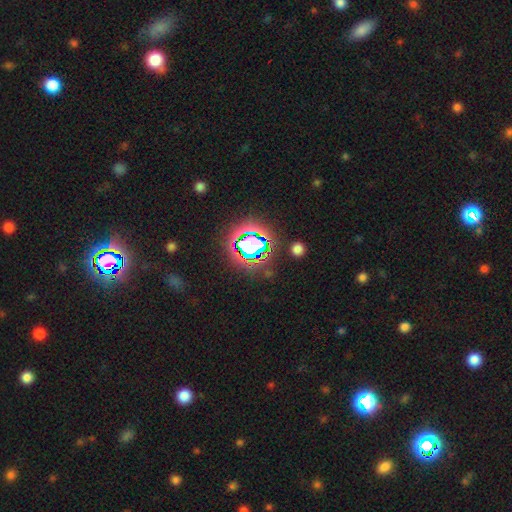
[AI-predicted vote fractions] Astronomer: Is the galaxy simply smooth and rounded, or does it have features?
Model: star or artifact — 77%.